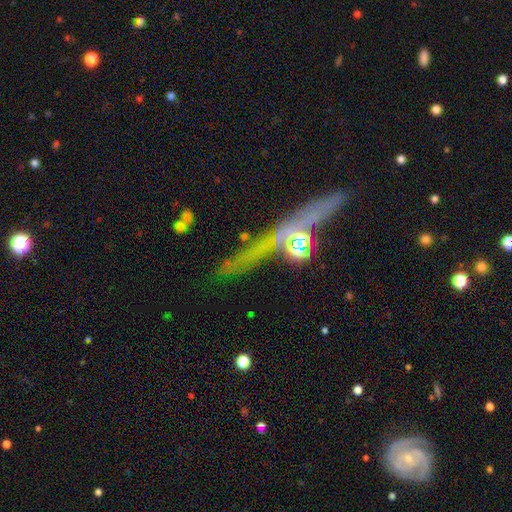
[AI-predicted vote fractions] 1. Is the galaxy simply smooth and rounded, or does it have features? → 38% star or artifact, 37% featured or disk, 25% smooth.